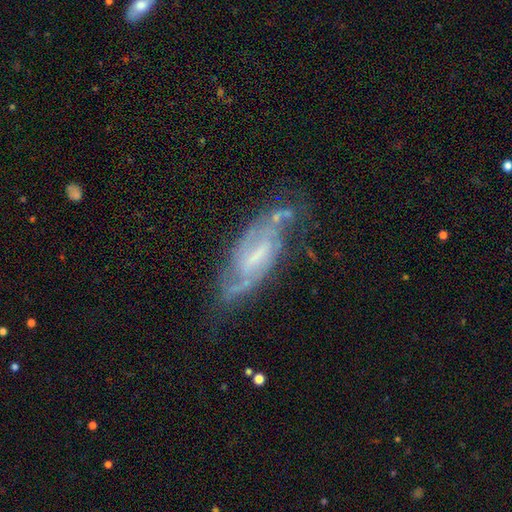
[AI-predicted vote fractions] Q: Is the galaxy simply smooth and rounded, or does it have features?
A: featured or disk — 81%.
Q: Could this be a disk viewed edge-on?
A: no — 87%.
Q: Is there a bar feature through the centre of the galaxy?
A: weak — 48%.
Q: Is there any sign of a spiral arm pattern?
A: yes — 92%.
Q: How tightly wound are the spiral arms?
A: medium — 47%.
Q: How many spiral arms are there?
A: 2 — 60%.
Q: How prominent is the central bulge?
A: small — 39%.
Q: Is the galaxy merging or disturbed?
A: none — 62%.